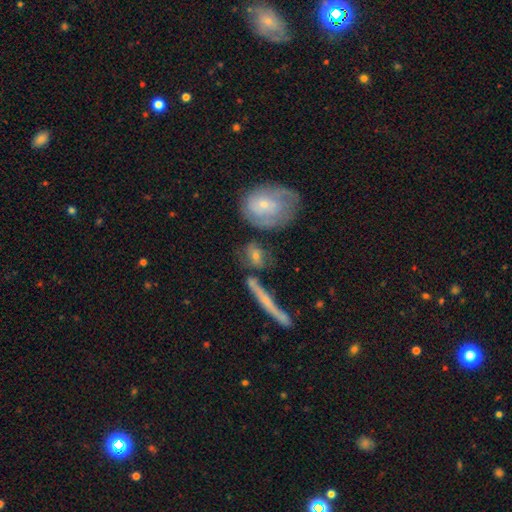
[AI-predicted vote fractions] Smooth or featured?
  - smooth: 51% *
  - featured or disk: 38%
  - star or artifact: 10%
How rounded?
  - in between: 58% *
  - round: 30%
  - cigar-shaped: 12%
Merging?
  - none: 50% *
  - merger: 21%
  - minor disturbance: 18%
  - major disturbance: 11%